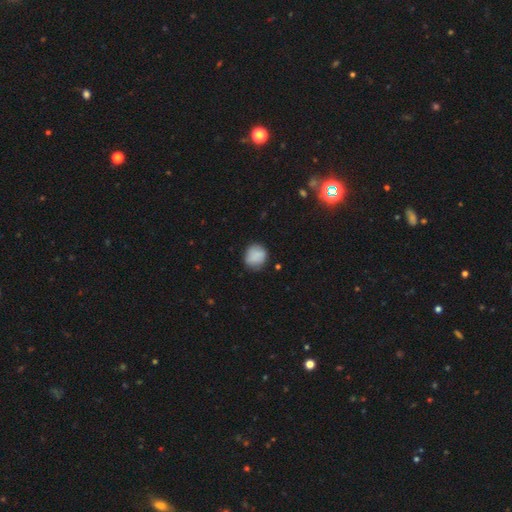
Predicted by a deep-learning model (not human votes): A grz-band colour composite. It shows a smooth galaxy with no disk features (84%) that is round (80%). Merging: none (74%).